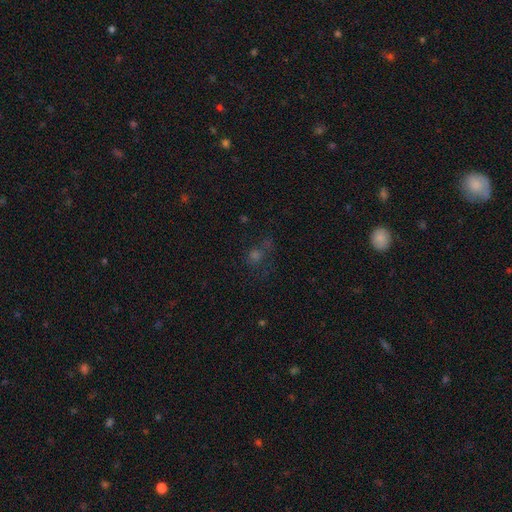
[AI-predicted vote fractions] smooth-or-featured: star or artifact: 44% | smooth: 41% | featured or disk: 15%